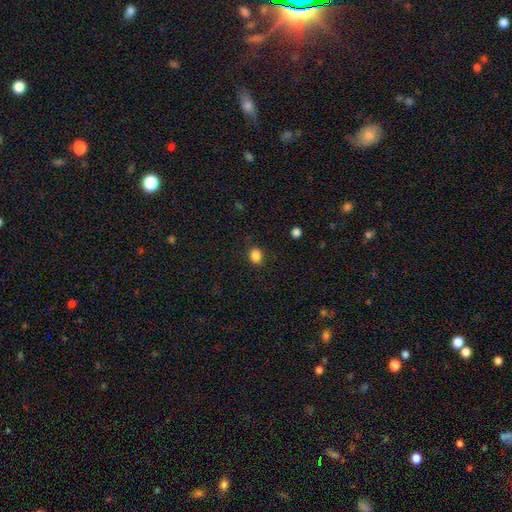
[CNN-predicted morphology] A smooth galaxy with no disk features (86%) that is round (58%).

Vote fractions:
- Smooth or featured? smooth: 86% / star or artifact: 11% / featured or disk: 3%
- How rounded? round: 58% / in between: 41% / cigar-shaped: 1%
- Merging? none: 87% / minor disturbance: 9% / major disturbance: 3% / merger: 1%